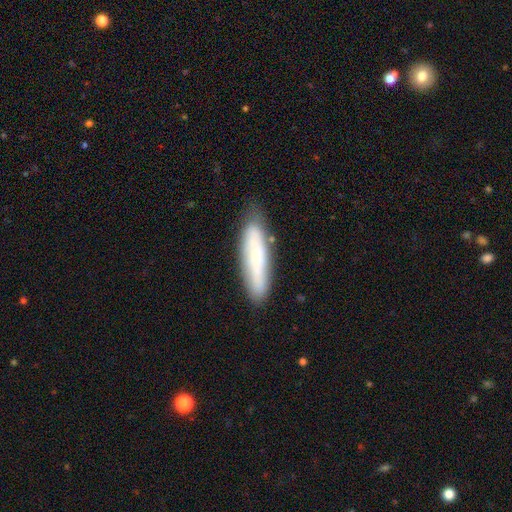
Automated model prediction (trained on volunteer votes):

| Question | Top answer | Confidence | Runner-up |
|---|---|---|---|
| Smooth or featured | smooth | 58% | featured or disk (35%) |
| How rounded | cigar-shaped | 77% | in between (22%) |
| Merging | none | 76% | minor disturbance (18%) |